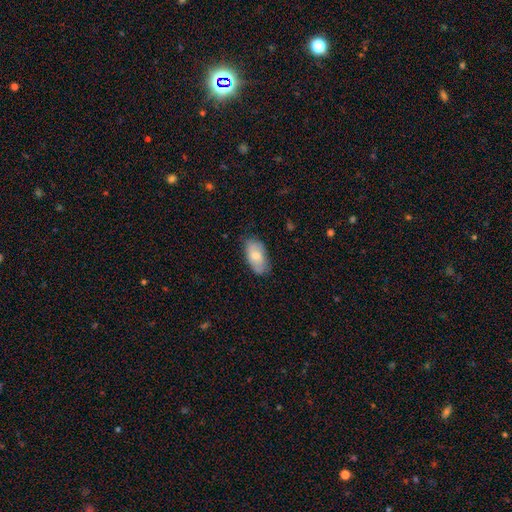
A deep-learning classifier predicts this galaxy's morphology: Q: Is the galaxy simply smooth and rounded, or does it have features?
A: smooth — 73%.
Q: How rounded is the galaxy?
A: in between — 94%.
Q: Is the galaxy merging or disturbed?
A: none — 72%.